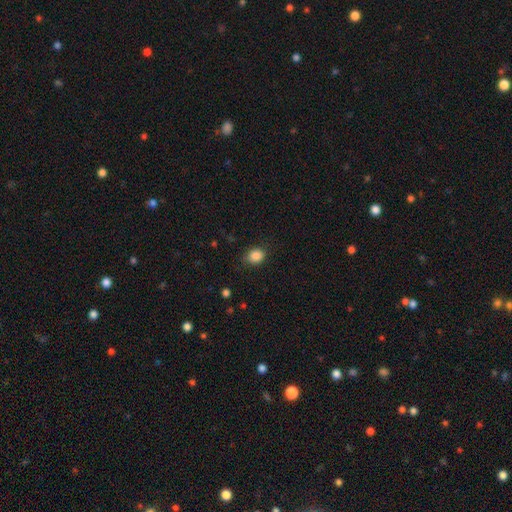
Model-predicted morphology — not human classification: Overall: smooth (87%). How rounded: round (55%; in between 44%). Merging: none (80%).